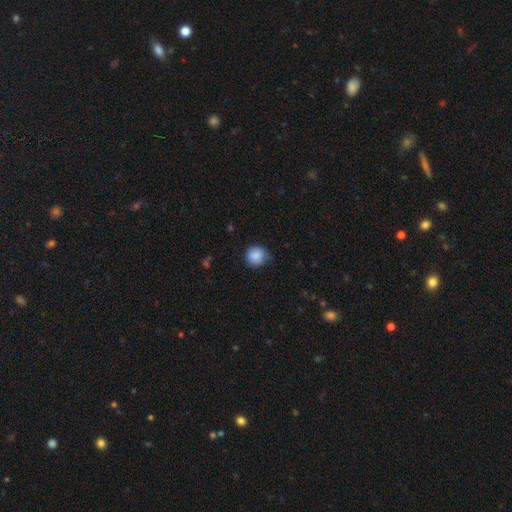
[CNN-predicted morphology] smooth 86%, star or artifact 8%, featured or disk 6%. Down the decision tree: how rounded — round (89%); merging — none (67%).